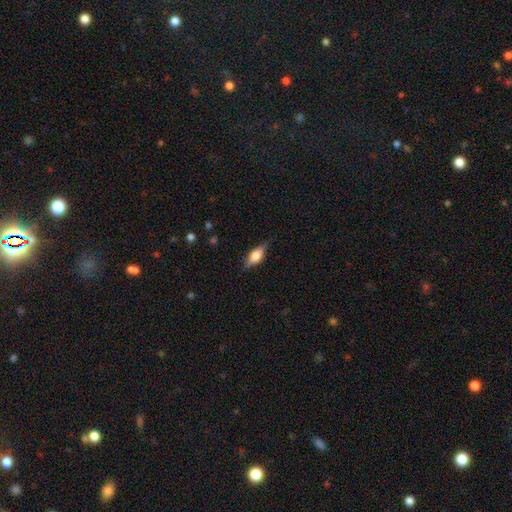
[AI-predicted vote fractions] The model was most divided on "smooth or featured": featured or disk: 48%, smooth: 45%, star or artifact: 7%. More confident: merging — none (81%).